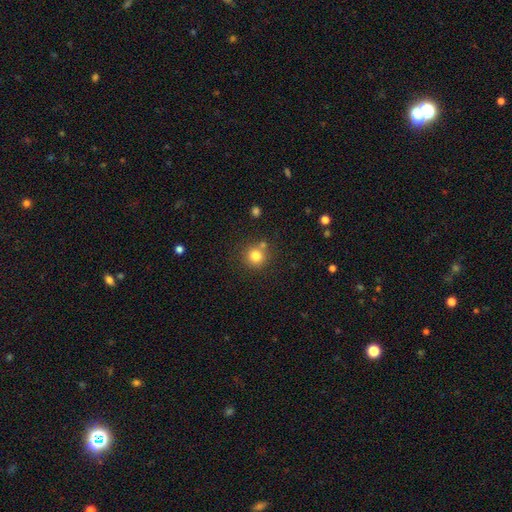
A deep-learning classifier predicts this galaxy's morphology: smooth_or_featured: smooth (p=0.81) [alt: star or artifact p=0.12]
how_rounded: round (p=0.93) [alt: in between p=0.07]
merging: none (p=0.74) [alt: merger p=0.13]